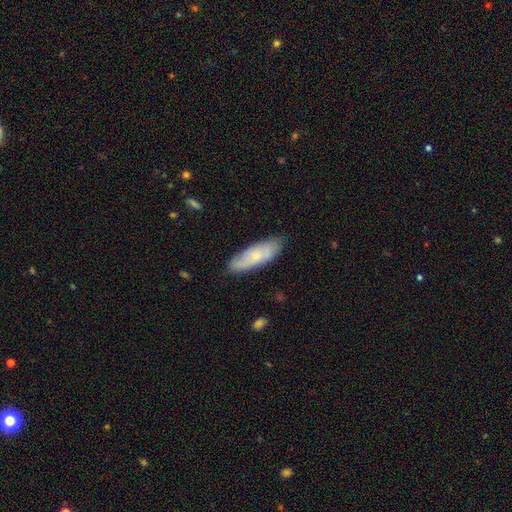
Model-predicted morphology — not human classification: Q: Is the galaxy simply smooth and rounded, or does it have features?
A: smooth — 50%.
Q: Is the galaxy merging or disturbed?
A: none — 77%.